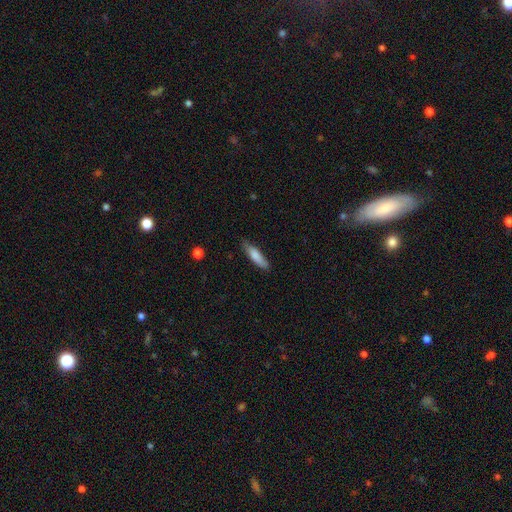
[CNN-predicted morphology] Smooth or featured: smooth — 78% (featured or disk — 16%)
How rounded: cigar-shaped — 72% (in between — 27%)
Merging: none — 76% (minor disturbance — 19%)